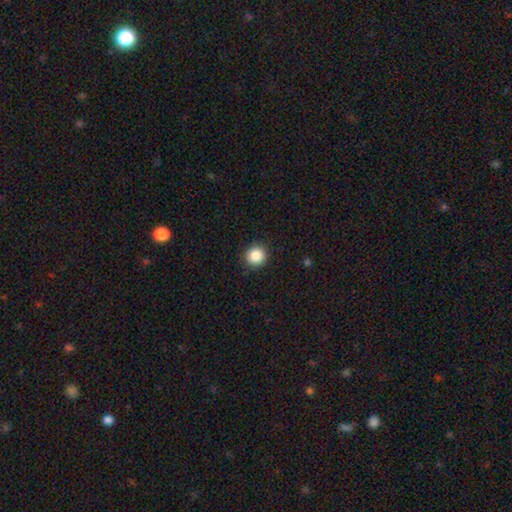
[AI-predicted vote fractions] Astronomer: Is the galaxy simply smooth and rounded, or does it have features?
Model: smooth — 87%.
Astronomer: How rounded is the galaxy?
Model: round — 94%.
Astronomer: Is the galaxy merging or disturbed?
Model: none — 92%.